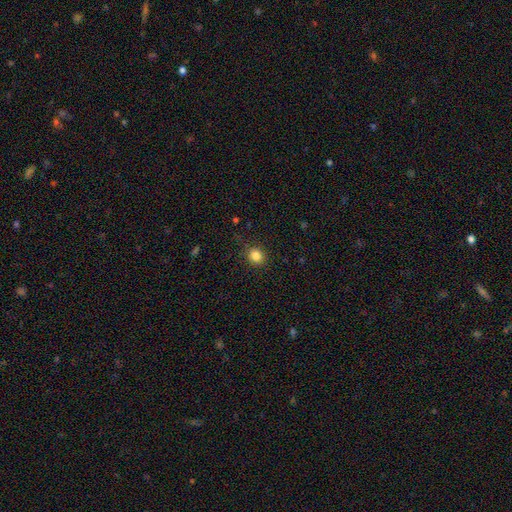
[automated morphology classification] smooth_or_featured: smooth (p=0.84) [alt: star or artifact p=0.12]
how_rounded: round (p=0.77) [alt: in between p=0.22]
merging: none (p=0.86) [alt: minor disturbance p=0.10]